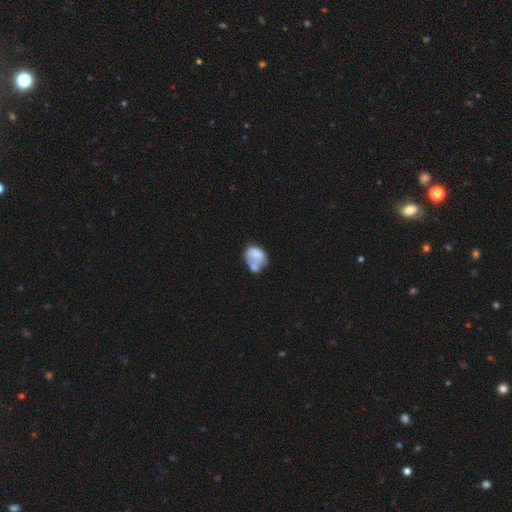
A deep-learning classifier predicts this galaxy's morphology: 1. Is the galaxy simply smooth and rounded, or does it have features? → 60% smooth, 32% featured or disk, 9% star or artifact.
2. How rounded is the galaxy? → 63% in between, 36% round, 1% cigar-shaped.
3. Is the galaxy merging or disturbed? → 34% merger, 26% none, 21% minor disturbance, 18% major disturbance.